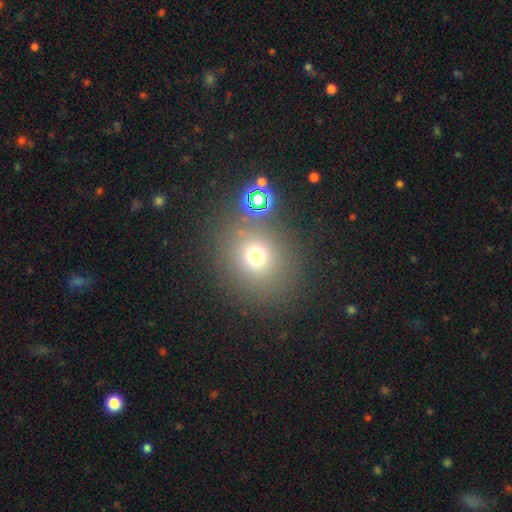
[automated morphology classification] This appears to be a smooth galaxy with no disk features (70%) that is round (82%). Merging: none (77%).